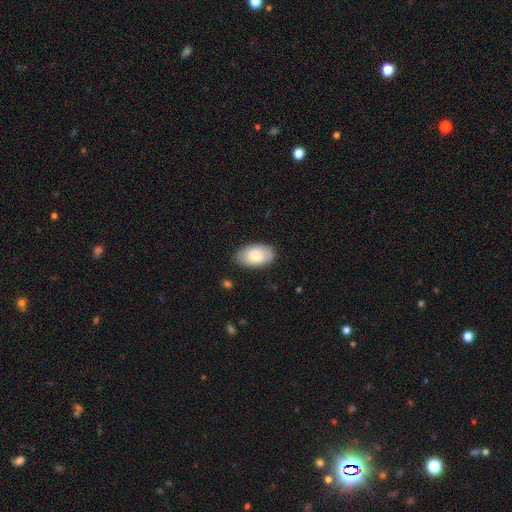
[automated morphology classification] Smooth or featured: smooth — 79% (featured or disk — 15%)
How rounded: in between — 94% (round — 4%)
Merging: none — 82% (minor disturbance — 14%)